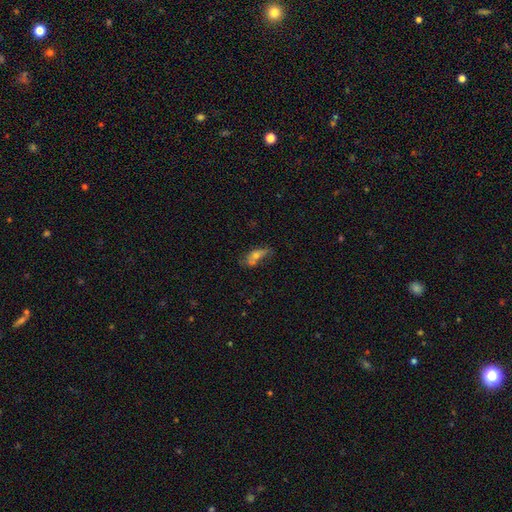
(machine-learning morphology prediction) Smooth or featured? smooth (50%)
How rounded? in between (66%)
Merging? none (38%)